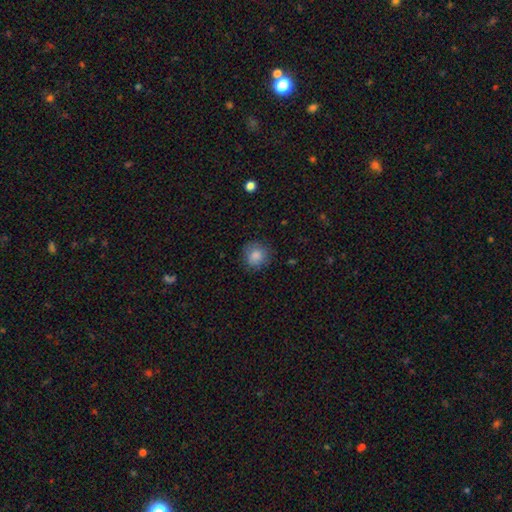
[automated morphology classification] A smooth galaxy with no disk features (85%) that is round (88%). Merging: none (81%).